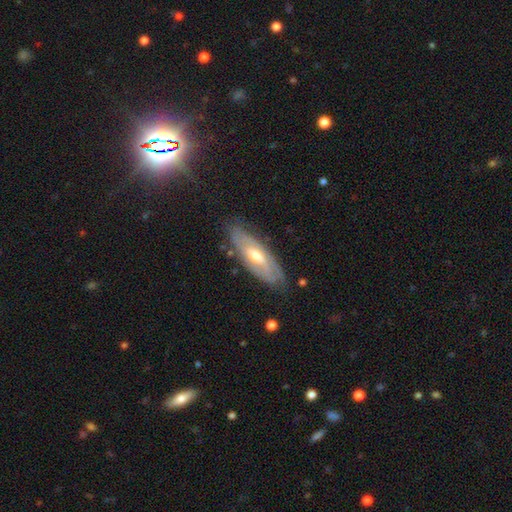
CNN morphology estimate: smooth-or-featured: featured or disk: 71% | smooth: 23% | star or artifact: 6%
  disk-edge-on: no: 73% | yes: 27%
    bar: no: 46% | weak: 41% | strong: 13%
    has-spiral-arms: yes: 72% | no: 28%
    bulge-size: moderate: 70% | small: 19% | large: 9% | none: 1% | dominant: 1%
  merging: none: 76% | minor disturbance: 18% | major disturbance: 4% | merger: 1%